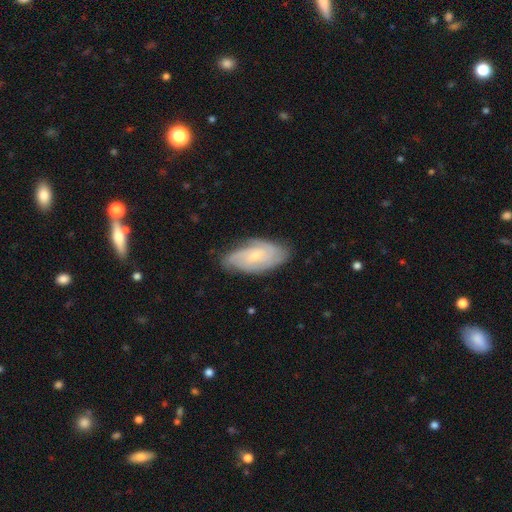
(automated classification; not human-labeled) This appears to be a featured or disk galaxy (70%) with no bar (67%), tight (60%) spiral arms (92%) and a small central bulge (71%). Merging: none (75%).